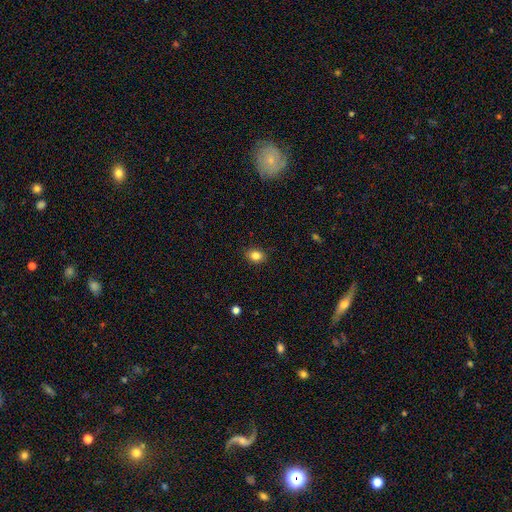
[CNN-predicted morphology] smooth 85%, star or artifact 10%, featured or disk 5%. Down the decision tree: how rounded — in between (58%); merging — none (88%).